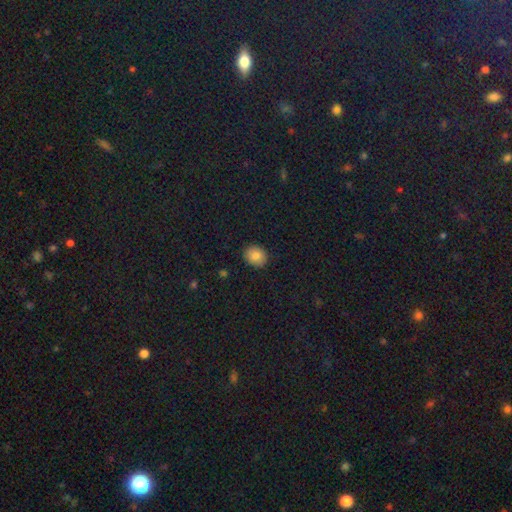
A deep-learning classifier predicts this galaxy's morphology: Q: Smooth or featured?
A: smooth (84%); runner-up: star or artifact (10%)
Q: How rounded?
A: round (67%); runner-up: in between (32%)
Q: Merging?
A: none (89%); runner-up: minor disturbance (8%)